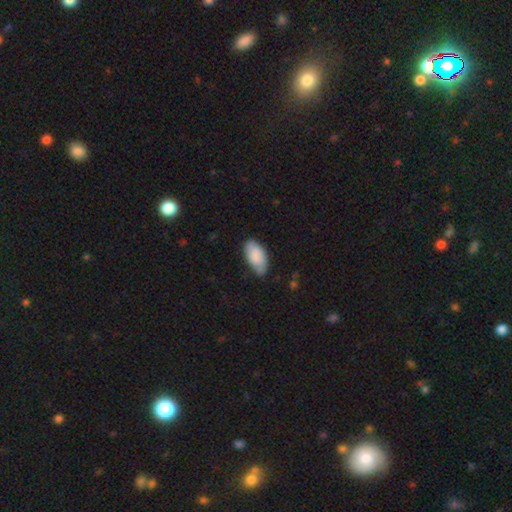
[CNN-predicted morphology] Smooth or featured: smooth — 86% (featured or disk — 9%)
How rounded: in between — 94% (cigar-shaped — 4%)
Merging: none — 69% (minor disturbance — 25%)